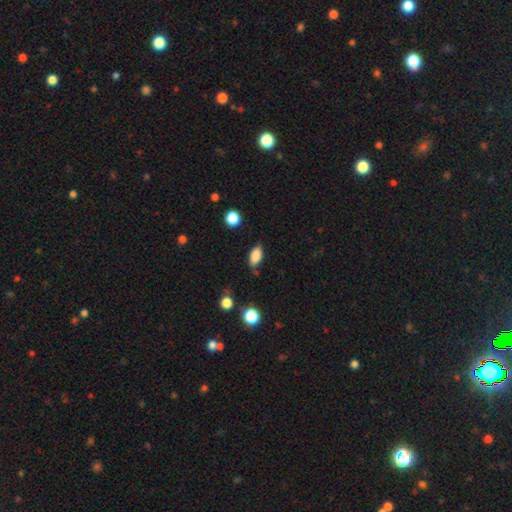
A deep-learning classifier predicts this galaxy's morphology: The model was most divided on "merging": none: 76%, minor disturbance: 18%, major disturbance: 4%, merger: 3%. More confident: how rounded — in between (89%); smooth or featured — smooth (84%).